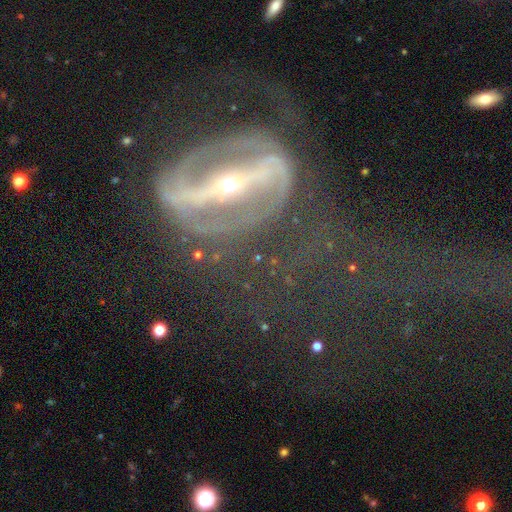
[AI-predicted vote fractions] A featured or disk galaxy (89%) with a strong bar (86%), 2 (76%) medium (38%) spiral arms (81%) and a small central bulge (78%). Merging: major disturbance (41%).